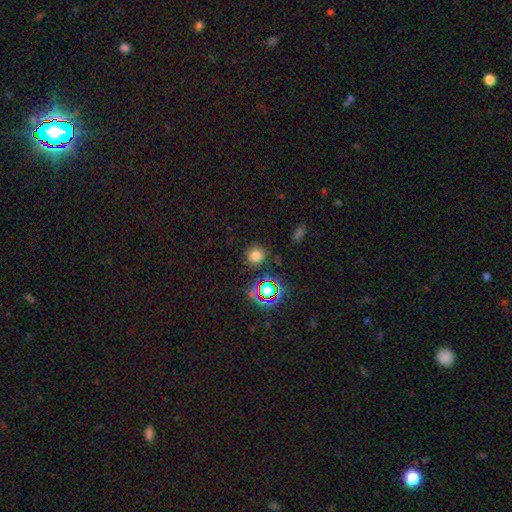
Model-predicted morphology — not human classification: Overall: smooth (72%). How rounded: round (90%). Merging: none (85%).